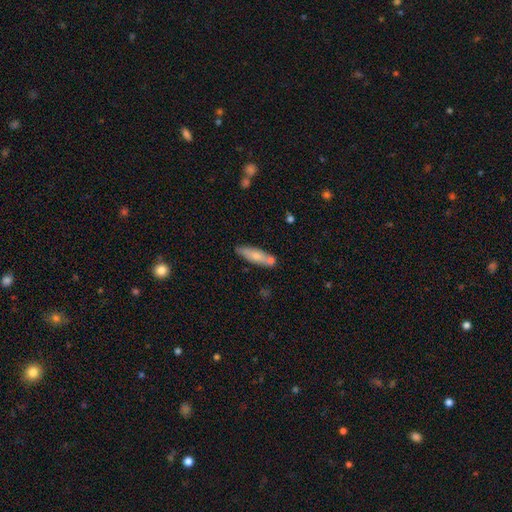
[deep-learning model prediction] This appears to be a smooth galaxy with no disk features (69%) that is cigar-shaped (65%). Merging: none (68%).